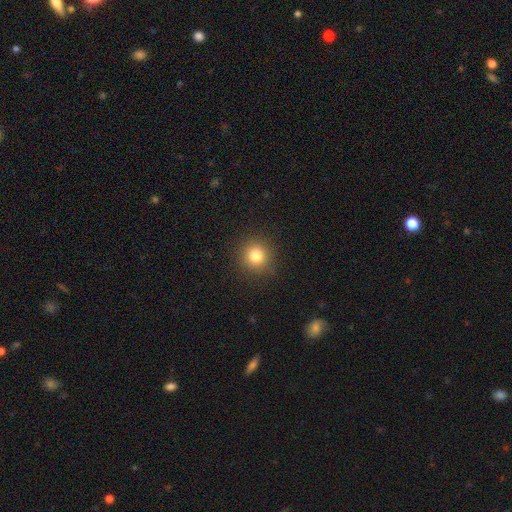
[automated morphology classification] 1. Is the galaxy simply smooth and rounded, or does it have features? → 81% smooth, 13% star or artifact, 6% featured or disk.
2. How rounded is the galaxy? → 93% round, 6% in between, 1% cigar-shaped.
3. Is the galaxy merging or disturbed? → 91% none, 6% minor disturbance, 2% major disturbance, 1% merger.